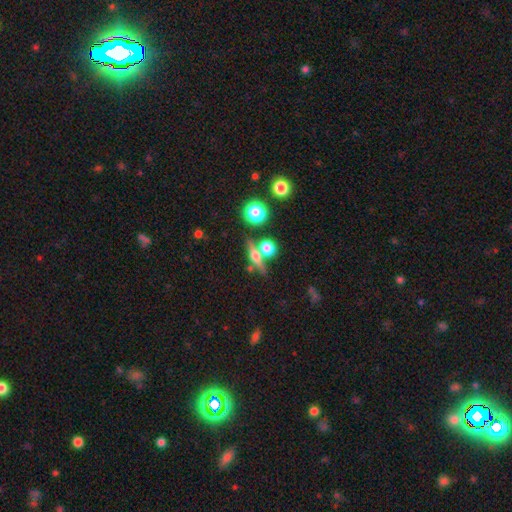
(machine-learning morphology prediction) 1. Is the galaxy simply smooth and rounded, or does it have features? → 53% featured or disk, 35% smooth, 12% star or artifact.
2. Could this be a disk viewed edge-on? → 90% yes, 10% no.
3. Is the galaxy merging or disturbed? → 70% none, 17% merger, 9% minor disturbance, 4% major disturbance.